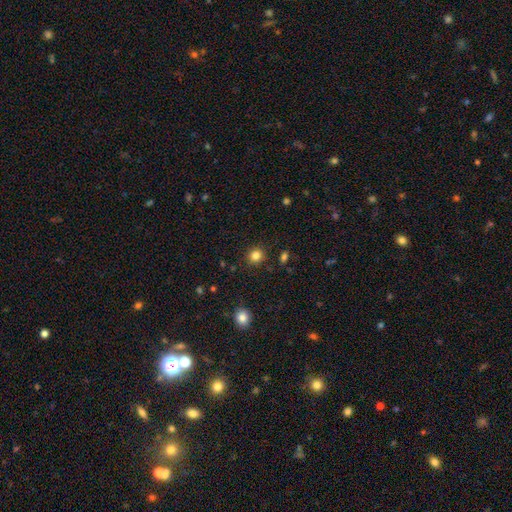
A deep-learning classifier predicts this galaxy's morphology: This appears to be a smooth galaxy with no disk features (83%) that is round (86%). Merging: none (89%).